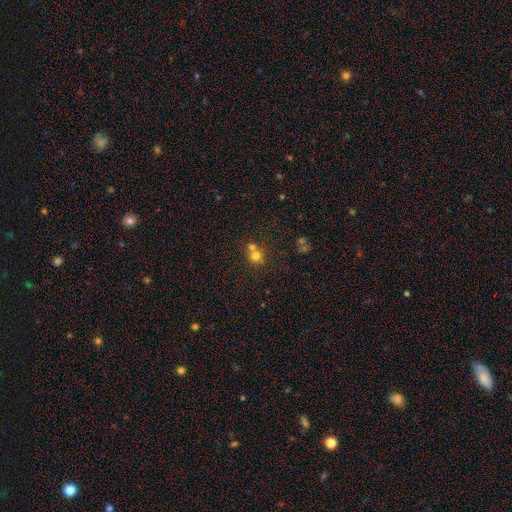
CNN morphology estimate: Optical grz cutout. It shows a smooth galaxy with no disk features (72%) that is round (88%). Merging: none (49%).